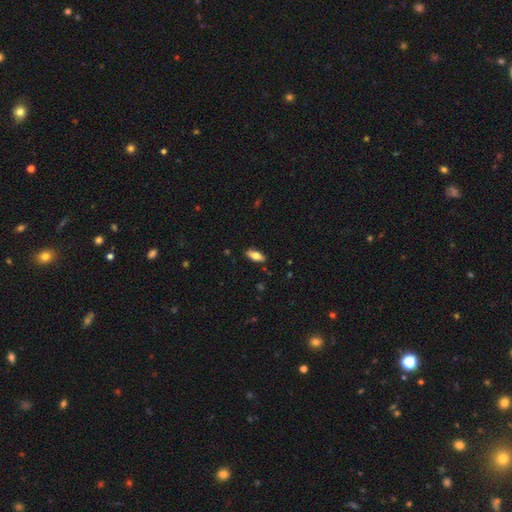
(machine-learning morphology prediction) The model was most divided on "smooth or featured": smooth: 74%, featured or disk: 20%, star or artifact: 6%. More confident: merging — none (88%); how rounded — in between (81%).